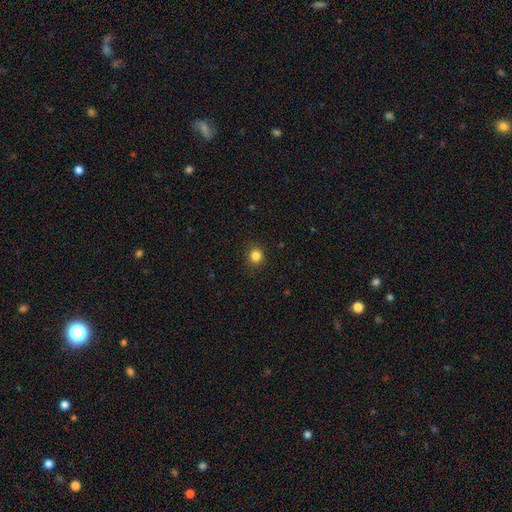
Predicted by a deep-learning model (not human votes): A smooth galaxy with no disk features (84%) that is round (91%). Merging: none (90%).